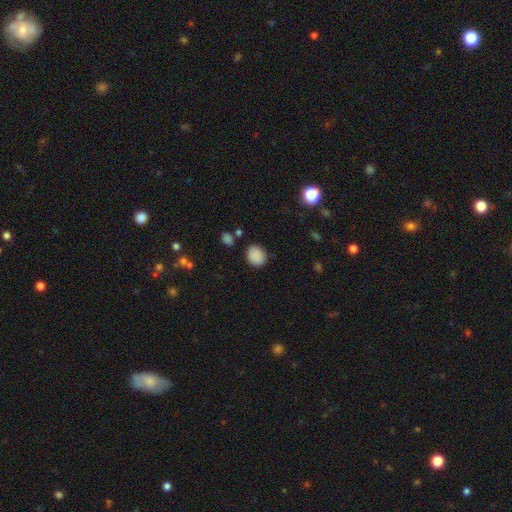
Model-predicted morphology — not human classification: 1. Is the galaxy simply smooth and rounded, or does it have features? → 87% smooth, 9% star or artifact, 4% featured or disk.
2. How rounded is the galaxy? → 62% round, 37% in between, 1% cigar-shaped.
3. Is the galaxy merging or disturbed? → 81% none, 12% minor disturbance, 3% major disturbance, 3% merger.